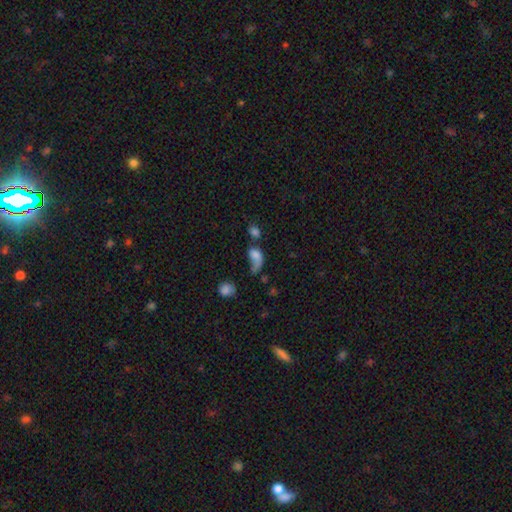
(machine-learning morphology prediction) Smooth or featured? Predicted: smooth (p=0.69). How rounded? Predicted: in between (p=0.79). Merging? Predicted: major disturbance (p=0.36).